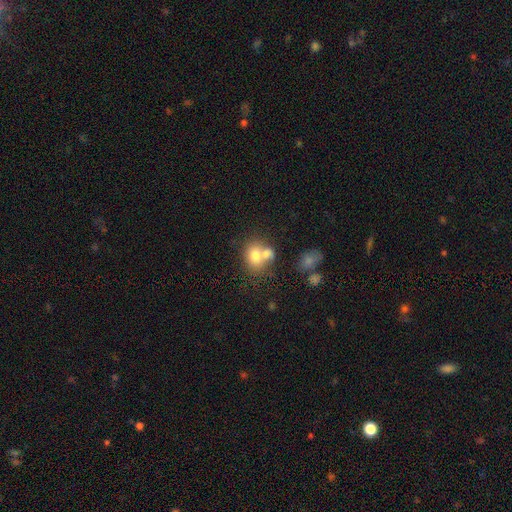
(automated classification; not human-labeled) Smooth or featured: smooth — 72% (featured or disk — 18%)
How rounded: in between — 51% (round — 48%)
Merging: merger — 55% (none — 31%)